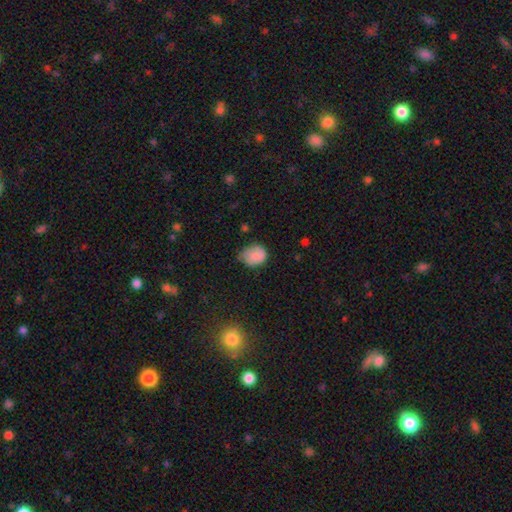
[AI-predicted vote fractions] This is likely a smooth galaxy (79%). How rounded: possibly round (57%). Merging: possibly none (50%).